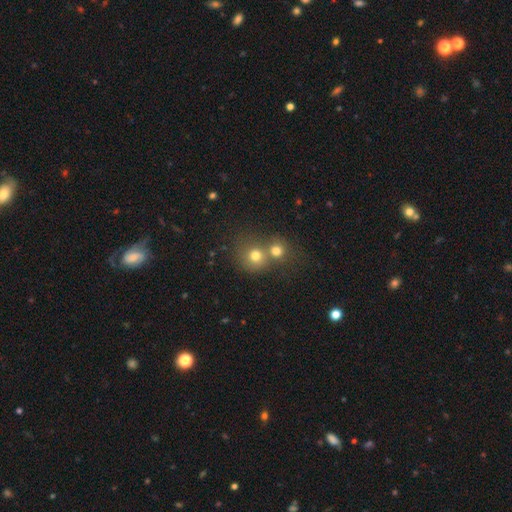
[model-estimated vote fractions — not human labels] This appears to be a smooth galaxy with no disk features (73%) that is round (84%). Merging: merger (49%).